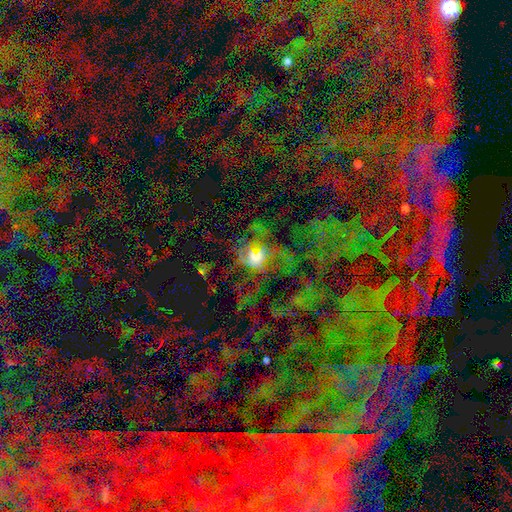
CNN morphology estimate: smooth_or_featured: star or artifact (p=0.38) [alt: featured or disk p=0.34]